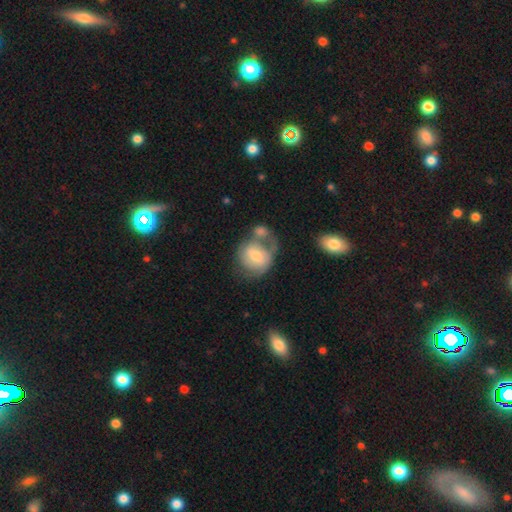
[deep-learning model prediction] Overall: smooth (52%; featured or disk 41%). How rounded: round (71%). Merging: merger (42%; none 25%).